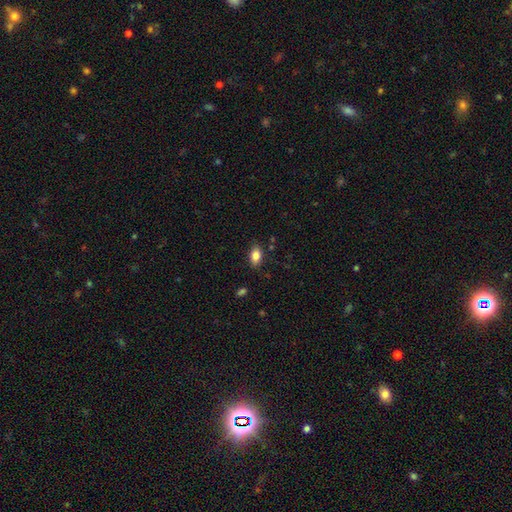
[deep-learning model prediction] Smooth or featured? Predicted: smooth (p=0.85). How rounded? Predicted: in between (p=0.89). Merging? Predicted: none (p=0.85).